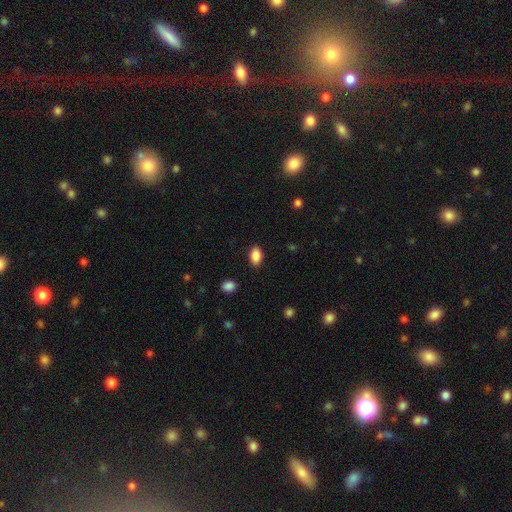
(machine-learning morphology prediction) Q: Smooth or featured?
A: smooth (88%); runner-up: star or artifact (8%)
Q: How rounded?
A: in between (90%); runner-up: round (9%)
Q: Merging?
A: none (87%); runner-up: minor disturbance (9%)